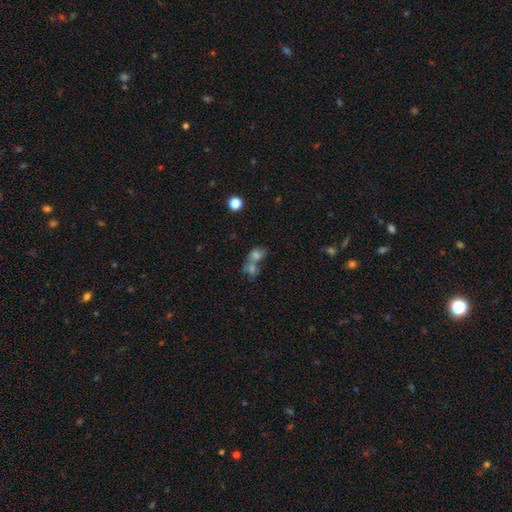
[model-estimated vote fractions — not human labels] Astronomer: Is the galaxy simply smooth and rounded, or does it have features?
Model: smooth — 64%.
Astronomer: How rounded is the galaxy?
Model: in between — 62%.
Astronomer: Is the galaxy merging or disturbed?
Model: merger — 65%.